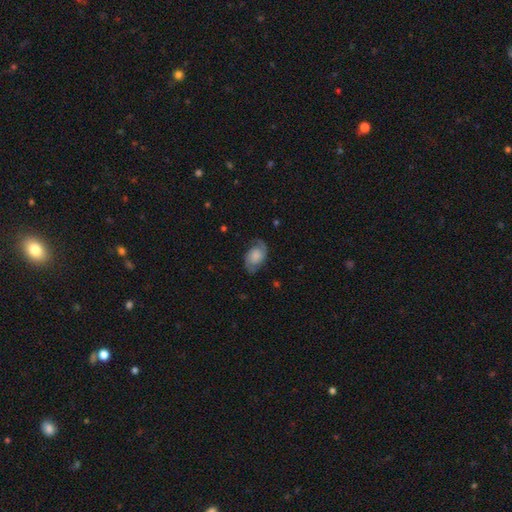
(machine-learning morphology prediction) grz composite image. It shows a featured or disk galaxy (72%) with no bar (66%), 2 (90%) medium (47%) spiral arms (94%) and no central bulge (33%). Merging: none (74%).